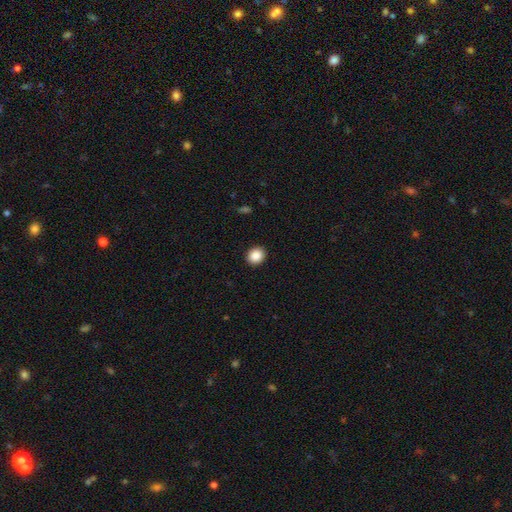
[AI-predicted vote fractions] A smooth galaxy with no disk features (88%) that is round (72%).

Vote fractions:
- Smooth or featured? smooth: 88% / star or artifact: 9% / featured or disk: 3%
- How rounded? round: 72% / in between: 28% / cigar-shaped: 1%
- Merging? none: 92% / minor disturbance: 6% / major disturbance: 2% / merger: 1%